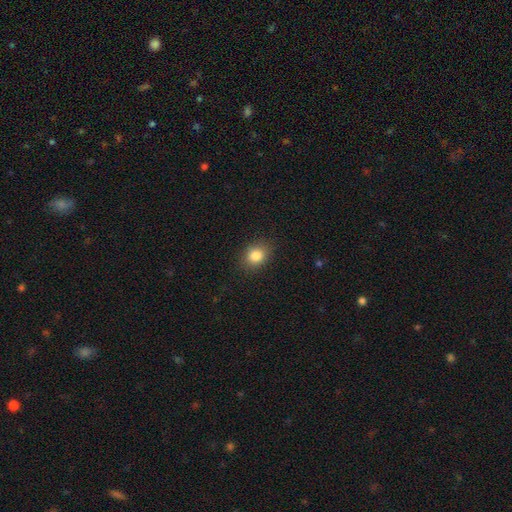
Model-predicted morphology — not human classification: smooth-or-featured: smooth: 84% | star or artifact: 10% | featured or disk: 6%
  how-rounded: round: 52% | in between: 47% | cigar-shaped: 1%
  merging: none: 86% | minor disturbance: 10% | major disturbance: 3% | merger: 1%